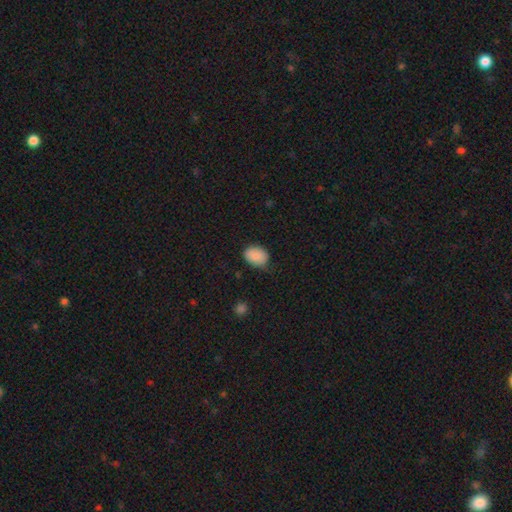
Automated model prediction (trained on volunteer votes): This is clearly a smooth galaxy (88%). How rounded: likely in between (74%). Merging: likely none (64%).